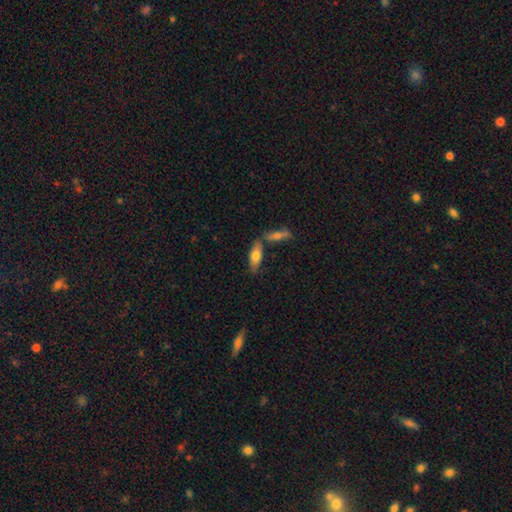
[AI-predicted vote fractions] smooth_or_featured: smooth (p=0.70) [alt: featured or disk p=0.24]
how_rounded: in between (p=0.69) [alt: cigar-shaped p=0.28]
merging: none (p=0.63) [alt: merger p=0.20]